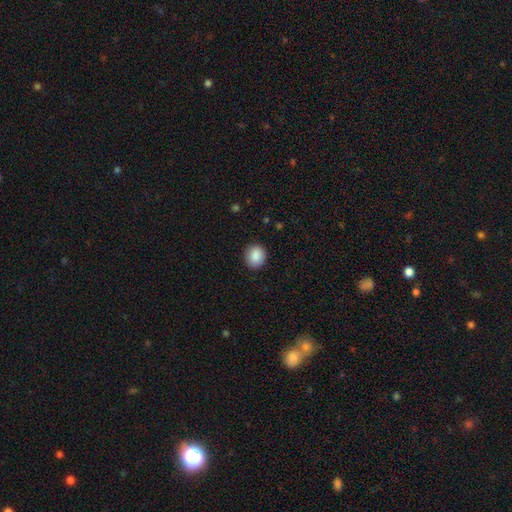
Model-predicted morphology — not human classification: smooth 89%, star or artifact 8%, featured or disk 3%. Down the decision tree: how rounded — round (78%); merging — none (89%).